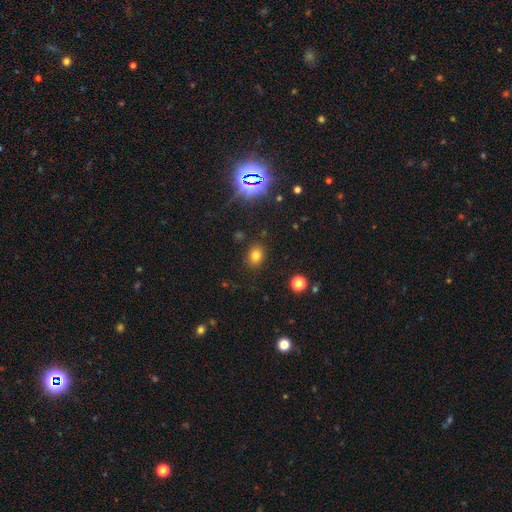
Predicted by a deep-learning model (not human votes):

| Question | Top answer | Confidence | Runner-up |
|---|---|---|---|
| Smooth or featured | smooth | 76% | star or artifact (17%) |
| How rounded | round | 50% | in between (49%) |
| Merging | none | 86% | minor disturbance (9%) |